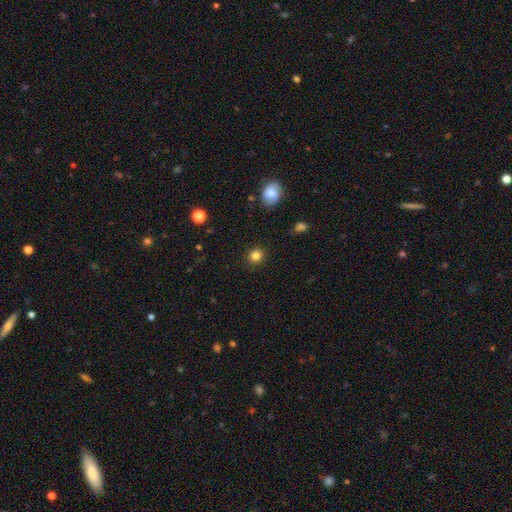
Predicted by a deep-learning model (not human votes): Smooth or featured? smooth (83%)
How rounded? round (87%)
Merging? none (90%)